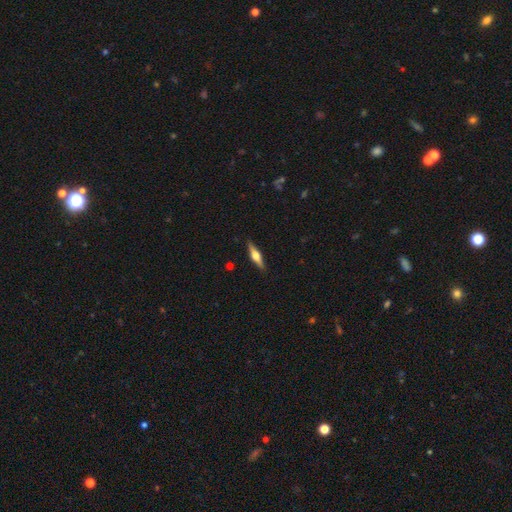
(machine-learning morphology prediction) This appears to be a featured or disk galaxy (64%) viewed edge-on (97%) with a rounded central bulge (94%). Merging: none (90%).